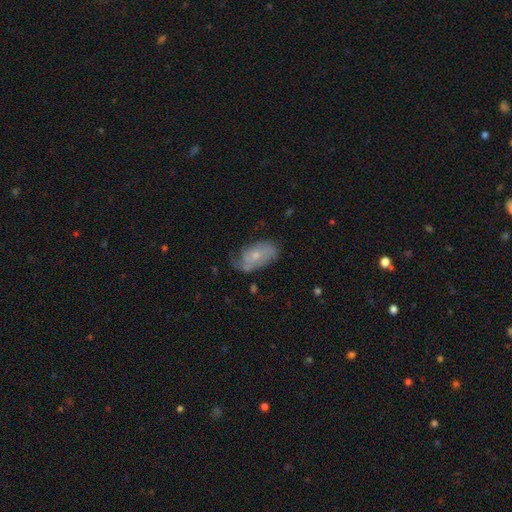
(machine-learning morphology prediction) smooth-or-featured: featured or disk: 57% | smooth: 35% | star or artifact: 7%
  disk-edge-on: no: 94% | yes: 6%
    bar: no: 76% | weak: 20% | strong: 4%
    has-spiral-arms: yes: 74% | no: 26%
    bulge-size: small: 60% | moderate: 35% | none: 3% | large: 2% | dominant: 1%
  merging: none: 46% | minor disturbance: 31% | major disturbance: 20% | merger: 3%